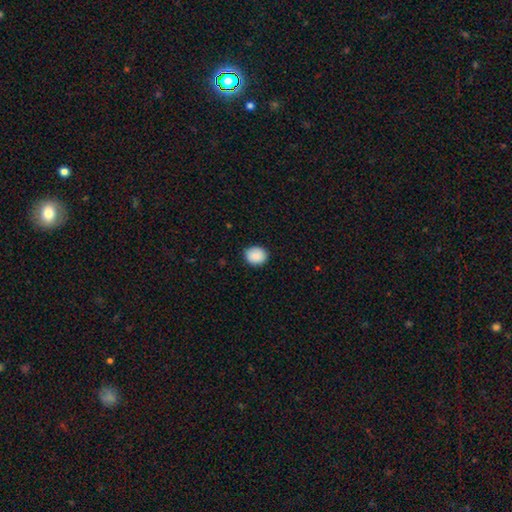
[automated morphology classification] smooth 90%, star or artifact 7%, featured or disk 3%. Down the decision tree: how rounded — round (68%); merging — none (89%).